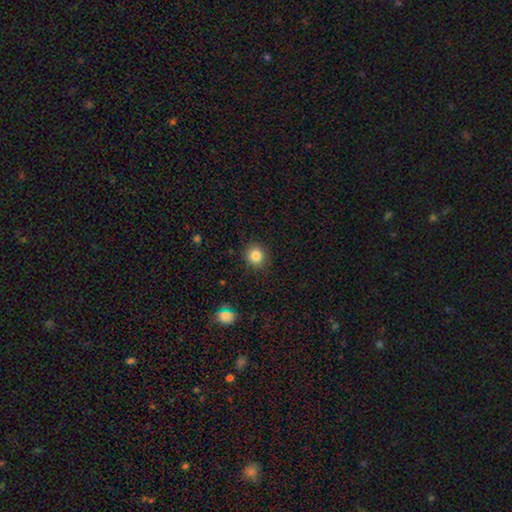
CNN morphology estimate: smooth-or-featured: smooth: 83% | star or artifact: 11% | featured or disk: 5%
  how-rounded: round: 88% | in between: 11% | cigar-shaped: 1%
  merging: none: 88% | minor disturbance: 8% | major disturbance: 2% | merger: 1%